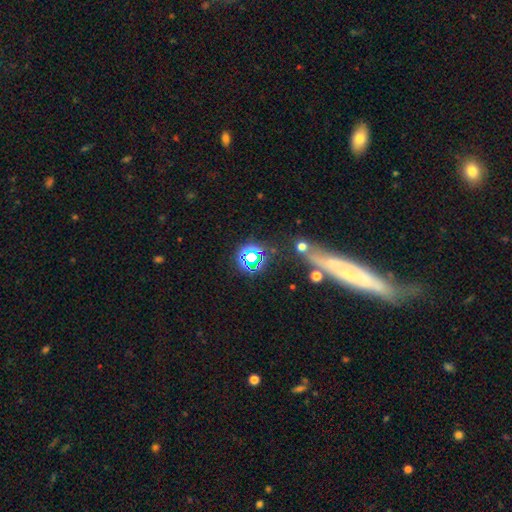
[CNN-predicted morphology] type=star or artifact (62%).